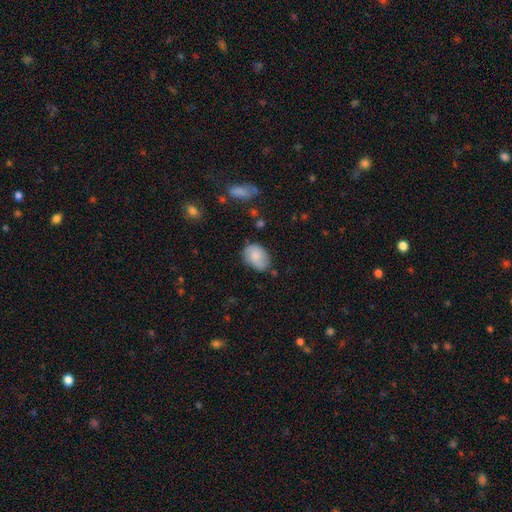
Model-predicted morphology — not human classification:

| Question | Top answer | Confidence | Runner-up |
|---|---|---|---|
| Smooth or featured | smooth | 75% | featured or disk (18%) |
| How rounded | in between | 76% | round (23%) |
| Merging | none | 66% | minor disturbance (25%) |